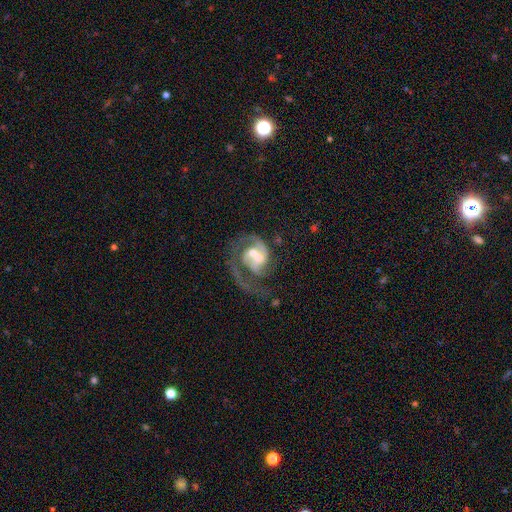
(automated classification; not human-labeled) Overall: featured or disk (80%). Edge-on disk: no (97%). Bar: no (61%; weak 30%). Spiral arms: yes (89%). Spiral arm count: 2 (46%; 1 37%). Spiral winding: medium (43%; loose 37%). Bulge size: moderate (58%; small 25%). Merging: merger (56%; major disturbance 18%).